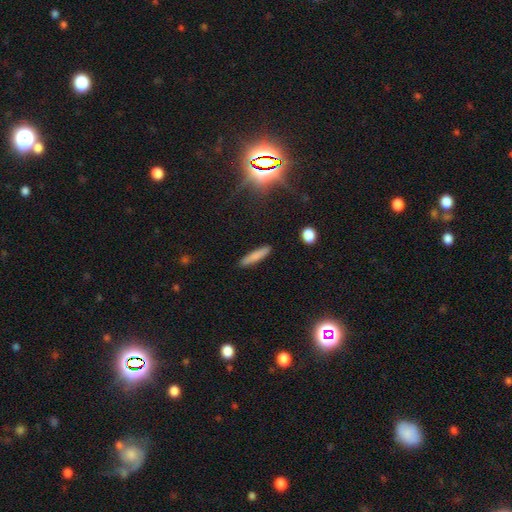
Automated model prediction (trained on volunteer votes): Q: Smooth or featured?
A: smooth (80%); runner-up: featured or disk (13%)
Q: How rounded?
A: cigar-shaped (87%); runner-up: in between (11%)
Q: Merging?
A: none (90%); runner-up: minor disturbance (7%)